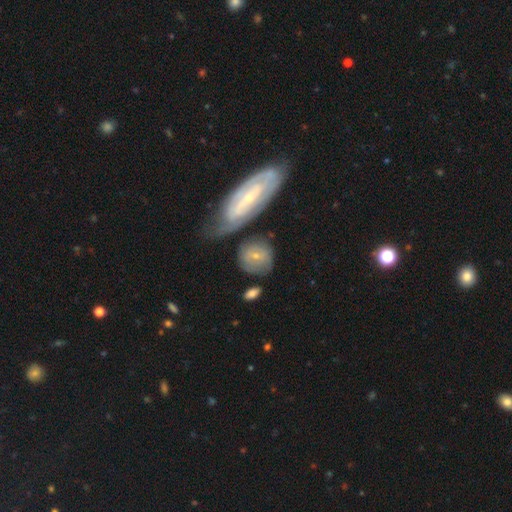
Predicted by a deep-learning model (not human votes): Q: Smooth or featured?
A: smooth (61%); runner-up: featured or disk (32%)
Q: How rounded?
A: round (76%); runner-up: in between (21%)
Q: Merging?
A: none (63%); runner-up: minor disturbance (17%)